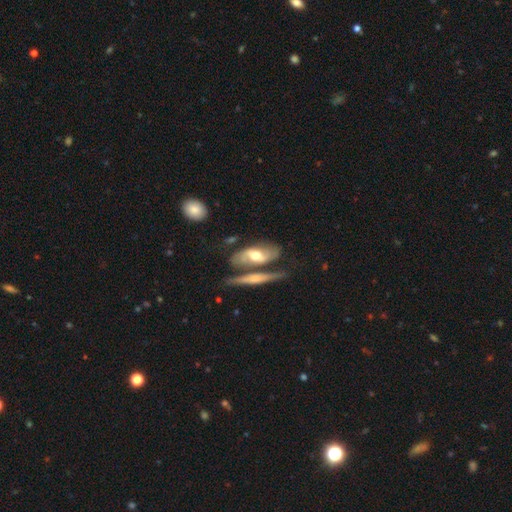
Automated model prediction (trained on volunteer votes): Smooth or featured? featured or disk (64%)
Edge-on disk? no (76%)
Merging? none (41%)